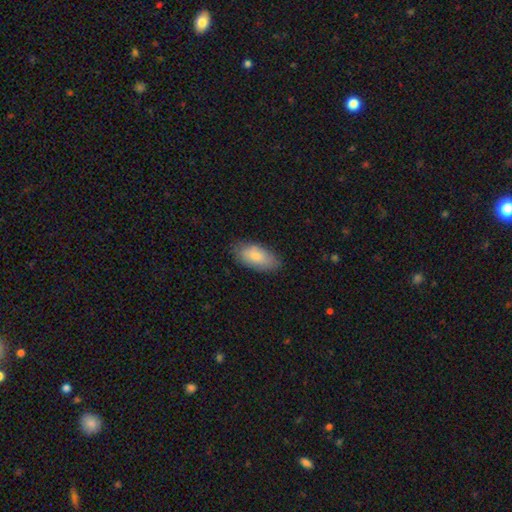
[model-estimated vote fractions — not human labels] Overall: smooth (84%). How rounded: in between (92%). Merging: none (79%).